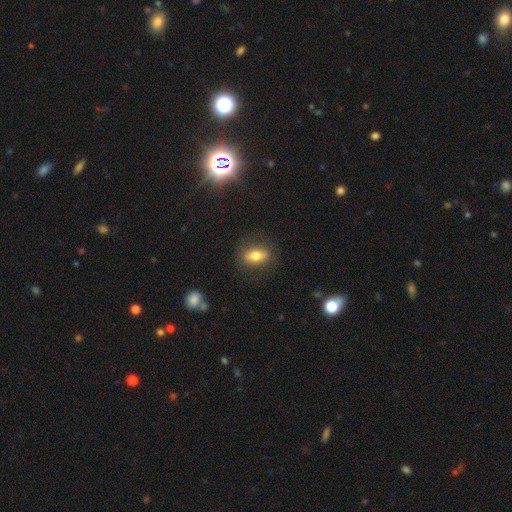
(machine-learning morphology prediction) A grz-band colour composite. It shows a smooth galaxy with no disk features (70%) that is in between round and cigar-shaped (78%). Merging: none (83%).